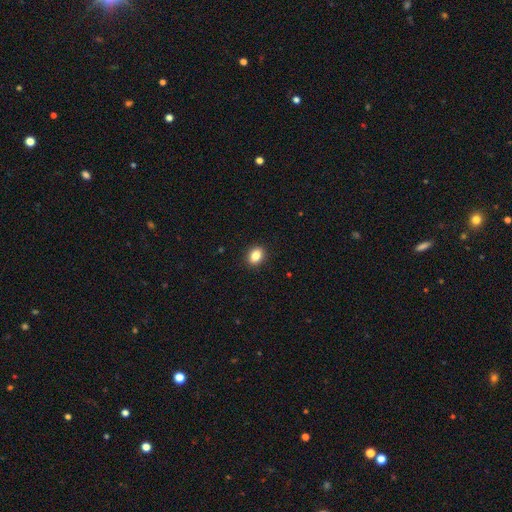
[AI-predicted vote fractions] smooth_or_featured: smooth (p=0.84) [alt: star or artifact p=0.09]
how_rounded: in between (p=0.69) [alt: round p=0.30]
merging: none (p=0.91) [alt: minor disturbance p=0.07]